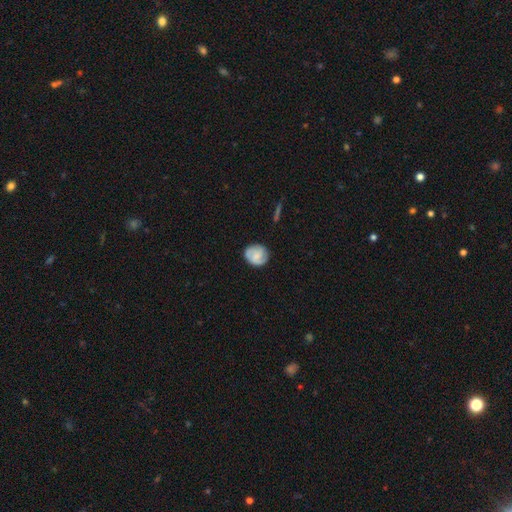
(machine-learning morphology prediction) smooth_or_featured: smooth (p=0.55) [alt: featured or disk p=0.38]
how_rounded: round (p=0.79) [alt: in between p=0.20]
merging: none (p=0.78) [alt: minor disturbance p=0.16]